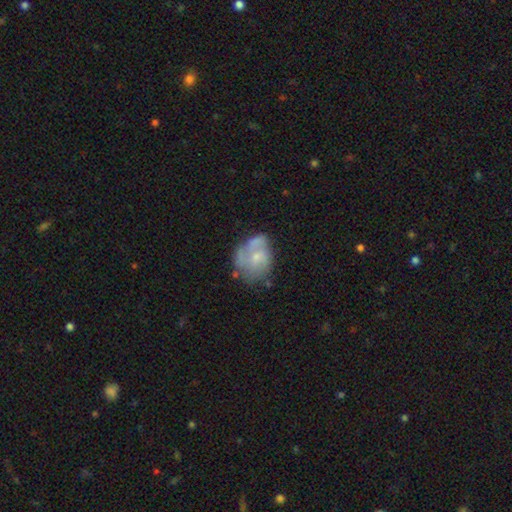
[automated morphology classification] This appears to be a featured or disk galaxy (58%) with no bar (71%), spiral arms (60%) and a small central bulge (62%). Merging: none (46%).